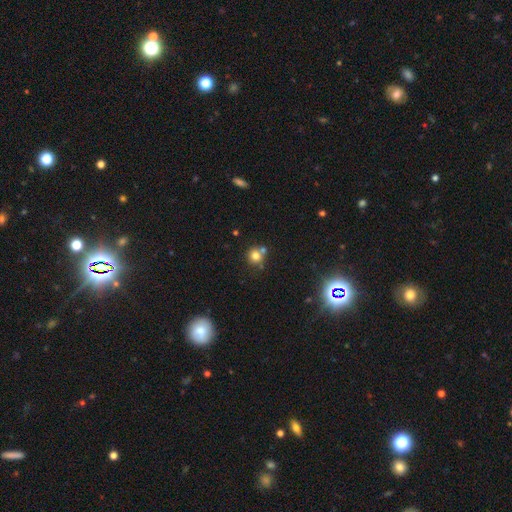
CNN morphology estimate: smooth 77%, star or artifact 14%, featured or disk 9%. Down the decision tree: how rounded — round (89%); merging — none (61%).